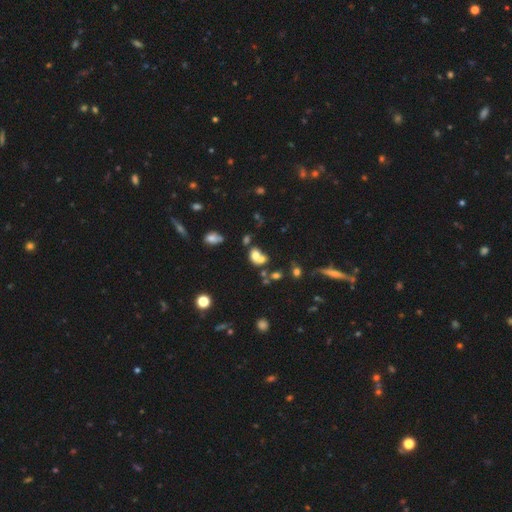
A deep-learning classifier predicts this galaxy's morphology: Overall: smooth (66%). How rounded: in between (49%, tied with round). Merging: merger (57%; none 26%).